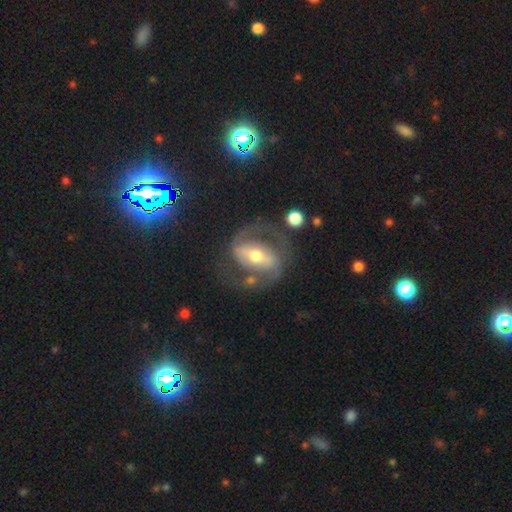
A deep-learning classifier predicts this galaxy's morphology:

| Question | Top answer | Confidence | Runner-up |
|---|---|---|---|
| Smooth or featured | featured or disk | 83% | smooth (10%) |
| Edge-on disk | no | 96% | yes (4%) |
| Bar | strong | 57% | weak (27%) |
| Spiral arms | yes | 88% | no (12%) |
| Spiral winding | medium | 55% | tight (25%) |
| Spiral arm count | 2 | 90% | can't tell (5%) |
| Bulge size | moderate | 63% | small (27%) |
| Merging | none | 69% | minor disturbance (14%) |